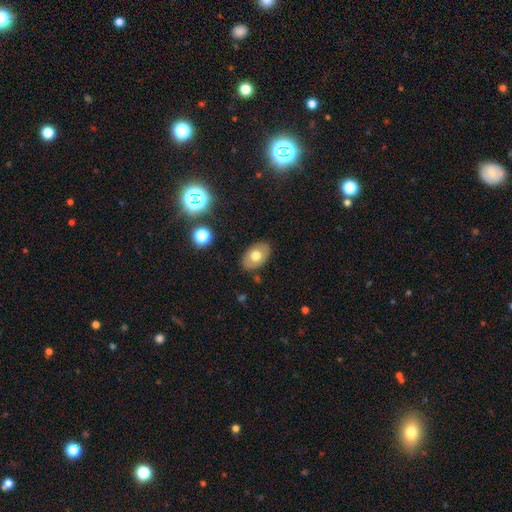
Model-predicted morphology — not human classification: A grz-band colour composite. It shows a smooth galaxy with no disk features (65%) that is in between round and cigar-shaped (87%). Merging: none (86%).